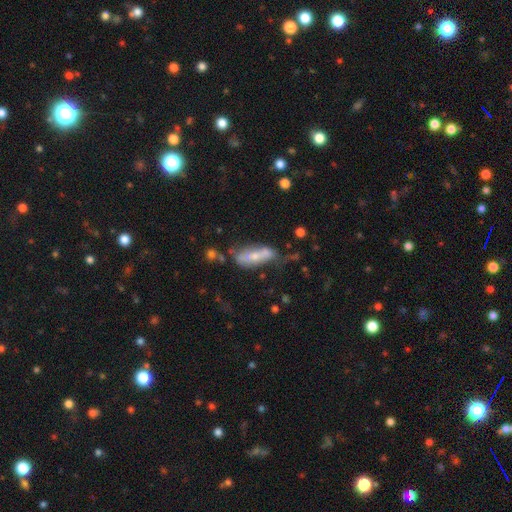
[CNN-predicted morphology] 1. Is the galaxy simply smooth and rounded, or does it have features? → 49% smooth, 43% featured or disk, 8% star or artifact.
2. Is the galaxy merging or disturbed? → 37% none, 25% minor disturbance, 20% merger, 17% major disturbance.